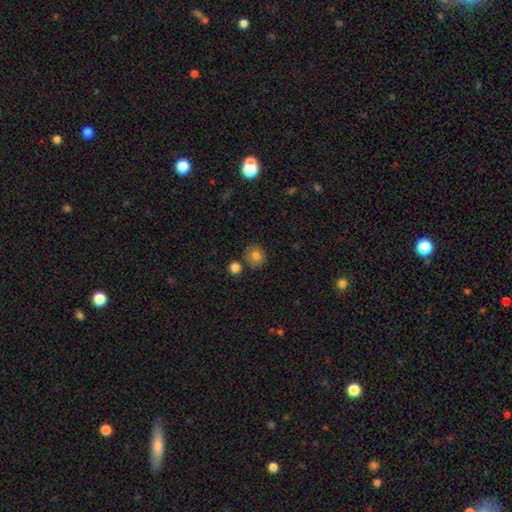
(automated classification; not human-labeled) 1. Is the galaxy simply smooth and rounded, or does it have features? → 79% smooth, 11% featured or disk, 10% star or artifact.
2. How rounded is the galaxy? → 79% round, 20% in between, 1% cigar-shaped.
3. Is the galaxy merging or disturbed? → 75% none, 13% minor disturbance, 10% merger, 3% major disturbance.